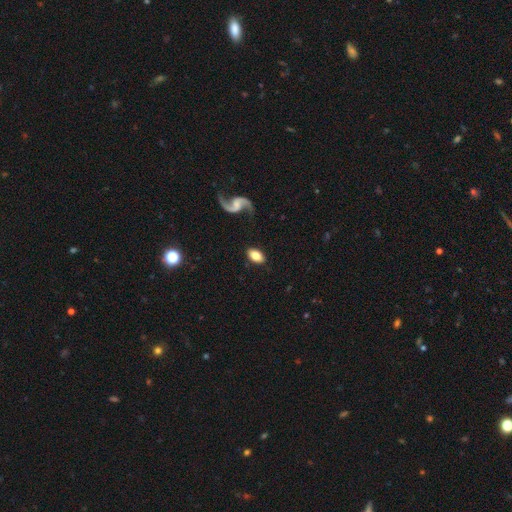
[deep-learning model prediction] Overall: smooth (69%). How rounded: in between (90%). Merging: none (84%).